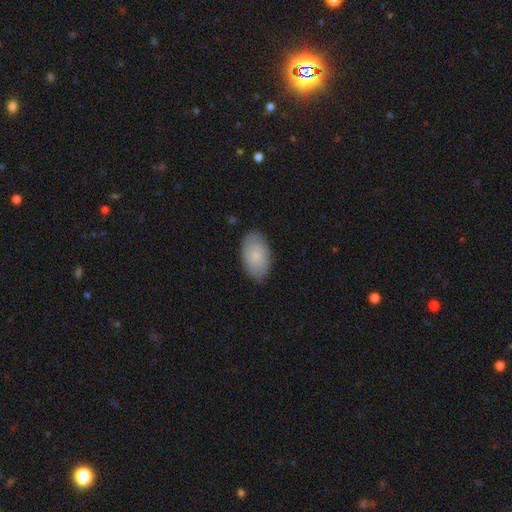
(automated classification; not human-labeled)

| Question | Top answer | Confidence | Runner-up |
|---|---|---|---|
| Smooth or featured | smooth | 69% | featured or disk (24%) |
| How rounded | in between | 93% | round (5%) |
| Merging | none | 81% | minor disturbance (16%) |